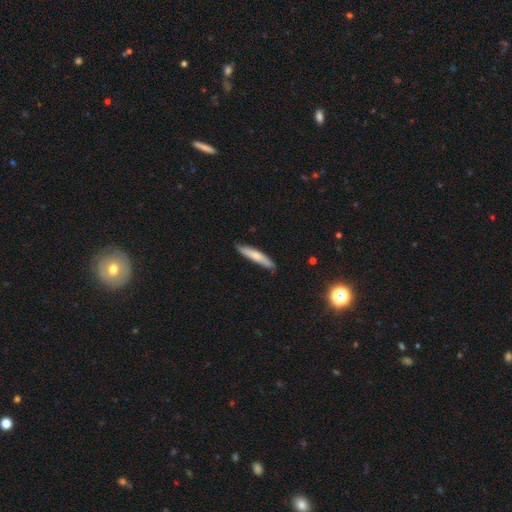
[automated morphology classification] Smooth or featured? Predicted: smooth (p=0.70). How rounded? Predicted: cigar-shaped (p=0.89). Merging? Predicted: none (p=0.81).